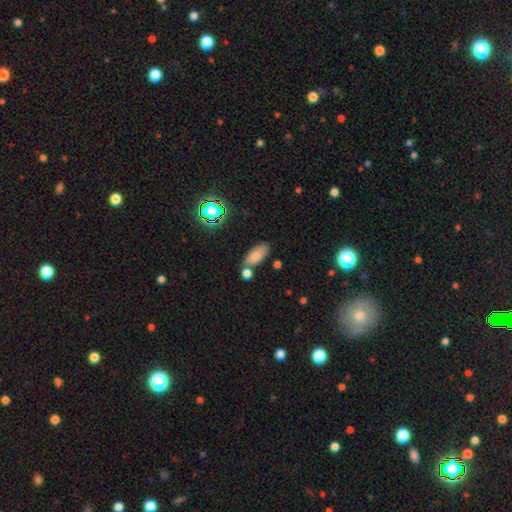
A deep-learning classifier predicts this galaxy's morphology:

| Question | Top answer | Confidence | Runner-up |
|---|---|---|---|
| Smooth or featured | smooth | 80% | star or artifact (11%) |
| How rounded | in between | 86% | cigar-shaped (10%) |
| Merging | none | 62% | merger (18%) |